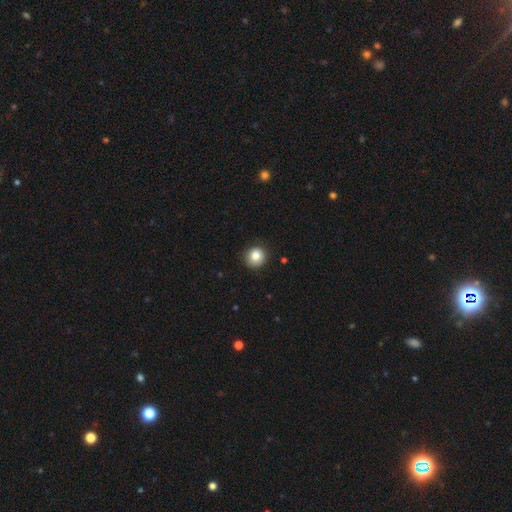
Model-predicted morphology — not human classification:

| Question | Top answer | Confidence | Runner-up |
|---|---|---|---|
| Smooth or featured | smooth | 84% | star or artifact (10%) |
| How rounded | round | 92% | in between (7%) |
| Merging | none | 88% | minor disturbance (9%) |